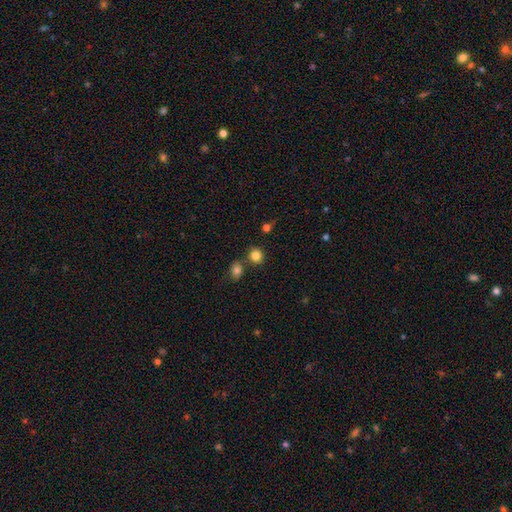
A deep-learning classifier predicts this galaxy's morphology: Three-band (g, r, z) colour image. It shows a smooth galaxy with no disk features (84%) that is round (82%). Merging: none (76%).